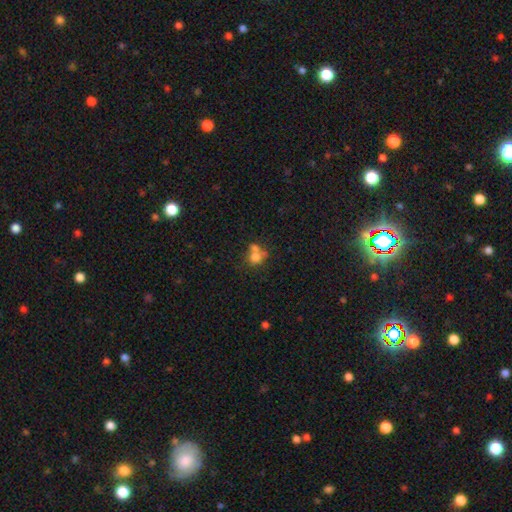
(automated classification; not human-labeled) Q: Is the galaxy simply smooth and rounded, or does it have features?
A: smooth — 70%.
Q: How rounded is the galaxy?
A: round — 70%.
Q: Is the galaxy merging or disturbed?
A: merger — 49%.